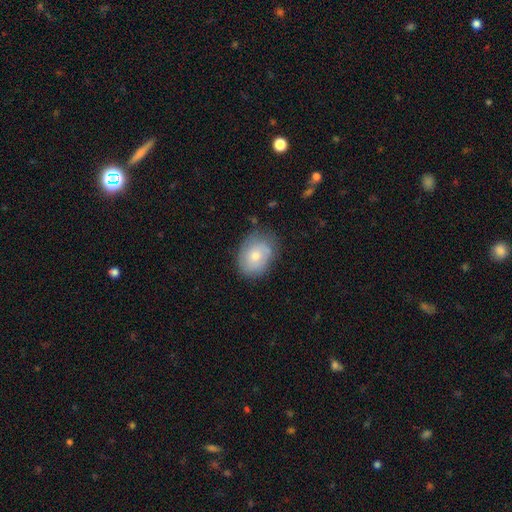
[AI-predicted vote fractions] Smooth or featured: smooth — 61% (featured or disk — 32%)
How rounded: in between — 71% (round — 28%)
Merging: none — 66% (minor disturbance — 25%)